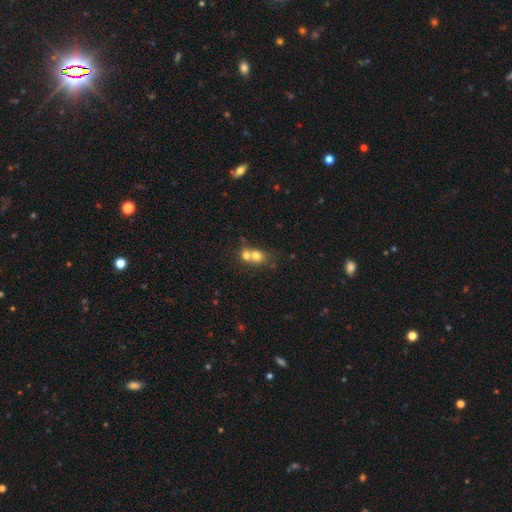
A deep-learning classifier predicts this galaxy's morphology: Smooth or featured? Predicted: smooth (p=0.71). How rounded? Predicted: round (p=0.66). Merging? Predicted: merger (p=0.66).